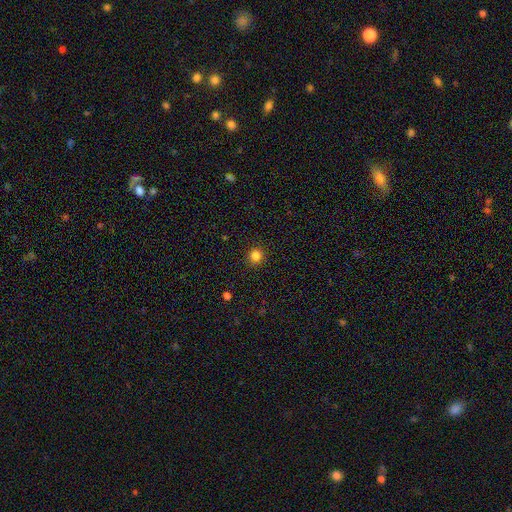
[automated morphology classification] The model was most divided on "smooth or featured": smooth: 83%, star or artifact: 13%, featured or disk: 4%. More confident: how rounded — round (92%); merging — none (91%).